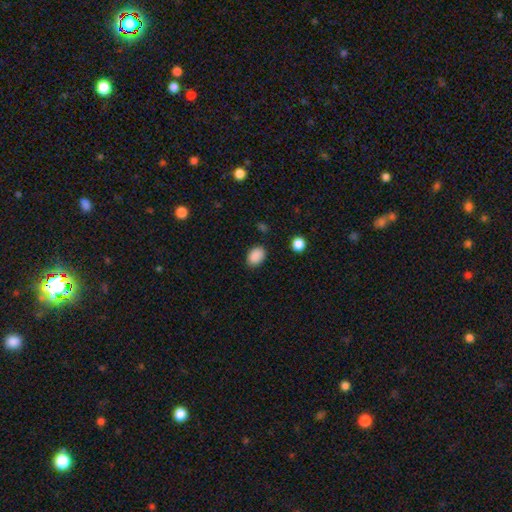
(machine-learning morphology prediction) Smooth or featured? smooth (89%)
How rounded? in between (77%)
Merging? none (85%)